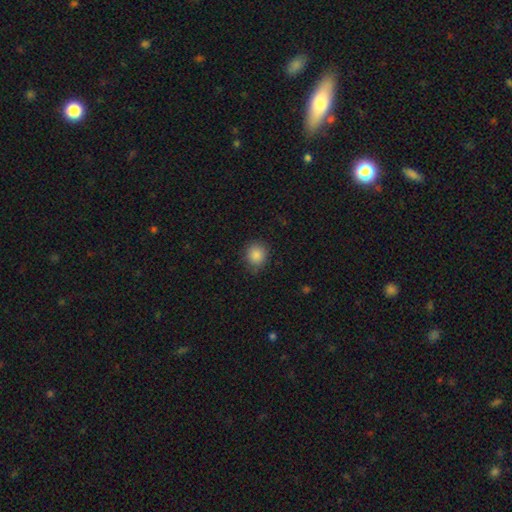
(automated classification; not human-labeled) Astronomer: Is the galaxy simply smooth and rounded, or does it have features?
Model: smooth — 87%.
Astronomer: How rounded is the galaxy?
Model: round — 80%.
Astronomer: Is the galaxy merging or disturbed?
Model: none — 81%.